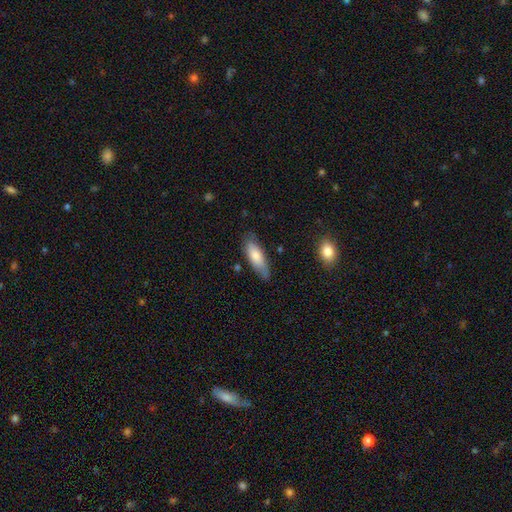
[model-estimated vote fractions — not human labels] Smooth or featured?
  - smooth: 75% *
  - featured or disk: 19%
  - star or artifact: 6%
How rounded?
  - in between: 58% *
  - cigar-shaped: 40%
  - round: 2%
Merging?
  - none: 75% *
  - minor disturbance: 20%
  - major disturbance: 4%
  - merger: 2%